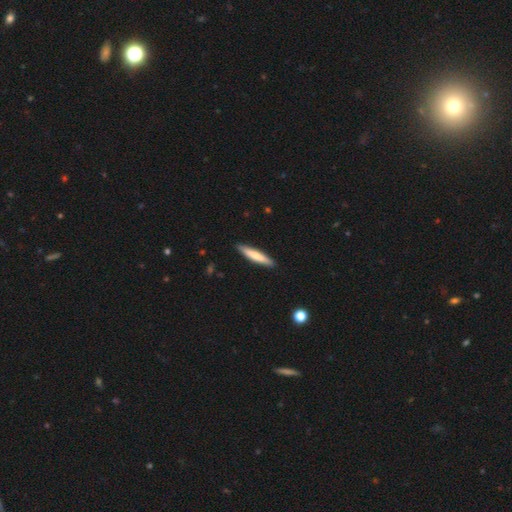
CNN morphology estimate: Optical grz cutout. It shows a smooth galaxy with no disk features (71%) that is cigar-shaped (90%). Merging: none (91%).